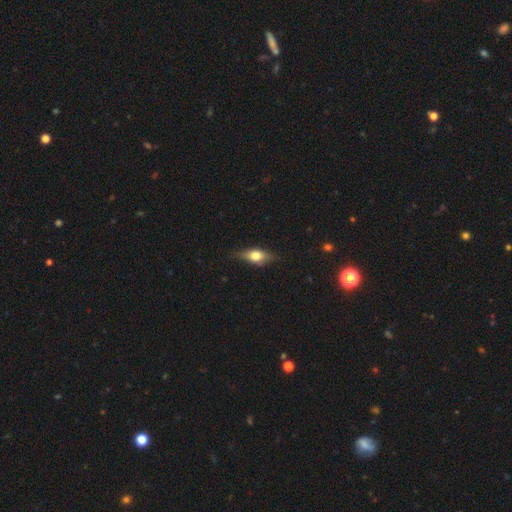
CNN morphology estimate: Q: Smooth or featured?
A: smooth (55%); runner-up: featured or disk (38%)
Q: How rounded?
A: in between (70%); runner-up: cigar-shaped (21%)
Q: Merging?
A: none (76%); runner-up: minor disturbance (18%)